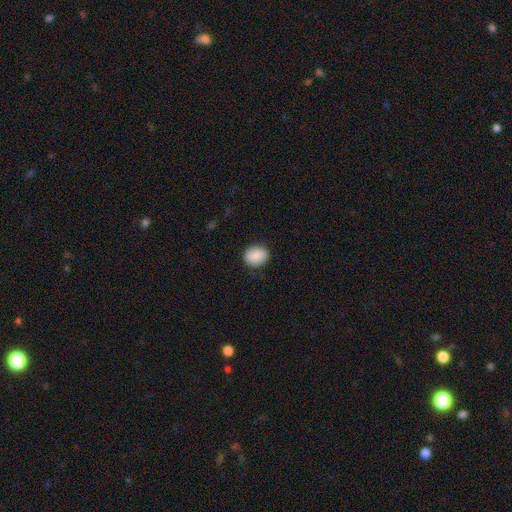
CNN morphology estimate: Smooth or featured? Predicted: smooth (p=0.88). How rounded? Predicted: in between (p=0.54). Merging? Predicted: none (p=0.85).